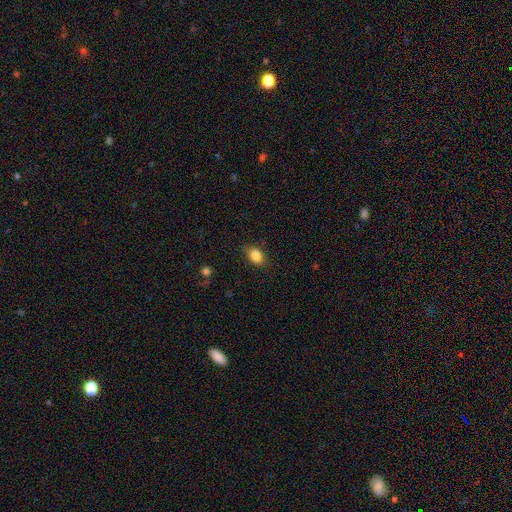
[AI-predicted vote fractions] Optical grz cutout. It shows a smooth galaxy with no disk features (86%) that is in between round and cigar-shaped (81%). Merging: none (83%).